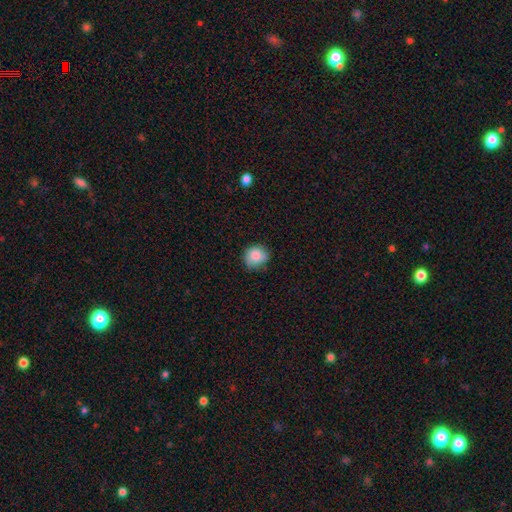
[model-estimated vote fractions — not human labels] Overall: smooth (84%). How rounded: round (85%). Merging: none (74%).